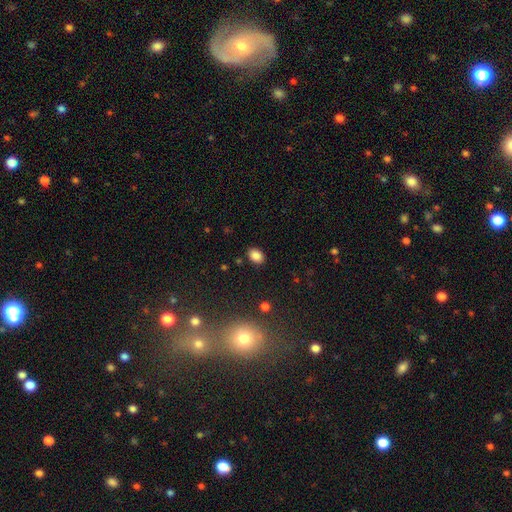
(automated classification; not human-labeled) smooth_or_featured: smooth (p=0.84) [alt: star or artifact p=0.11]
how_rounded: in between (p=0.76) [alt: round p=0.23]
merging: none (p=0.87) [alt: minor disturbance p=0.09]